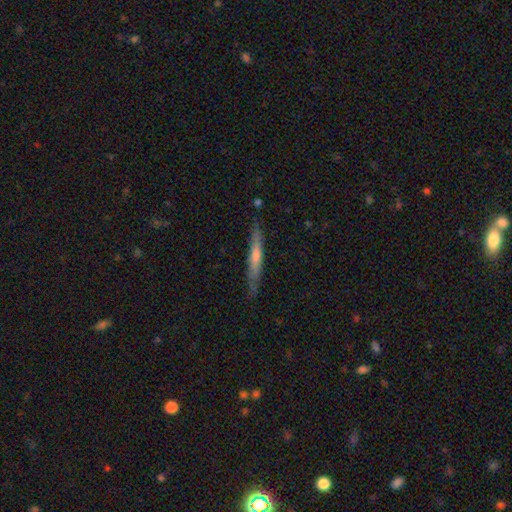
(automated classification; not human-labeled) Overall: smooth (48%; featured or disk 46%). Merging: none (83%).